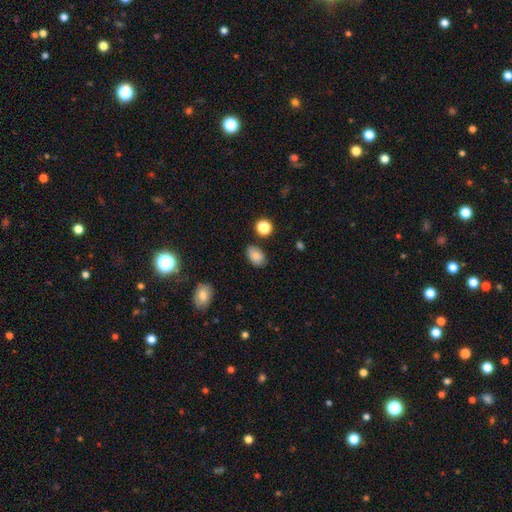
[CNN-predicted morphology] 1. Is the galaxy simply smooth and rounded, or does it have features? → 85% smooth, 9% star or artifact, 5% featured or disk.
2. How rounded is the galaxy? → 86% in between, 13% round, 1% cigar-shaped.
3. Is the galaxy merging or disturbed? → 81% none, 13% minor disturbance, 3% major disturbance, 3% merger.